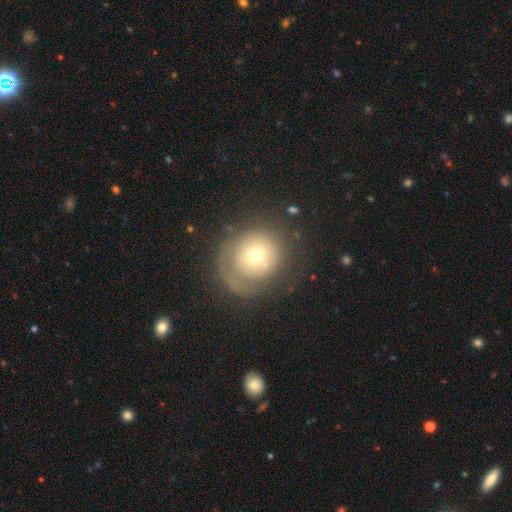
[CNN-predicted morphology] Smooth or featured?
  - smooth: 53% *
  - featured or disk: 36%
  - star or artifact: 11%
How rounded?
  - round: 84% *
  - in between: 15%
  - cigar-shaped: 1%
Merging?
  - none: 49% *
  - major disturbance: 24%
  - minor disturbance: 22%
  - merger: 4%